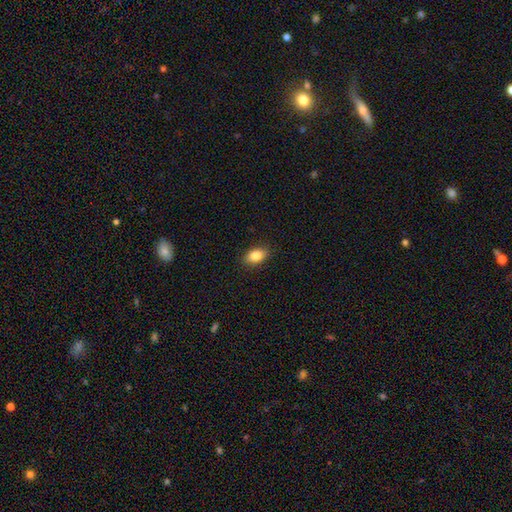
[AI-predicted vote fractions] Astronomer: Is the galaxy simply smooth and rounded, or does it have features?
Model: smooth — 86%.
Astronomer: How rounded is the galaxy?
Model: in between — 86%.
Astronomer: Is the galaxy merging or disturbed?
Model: none — 88%.